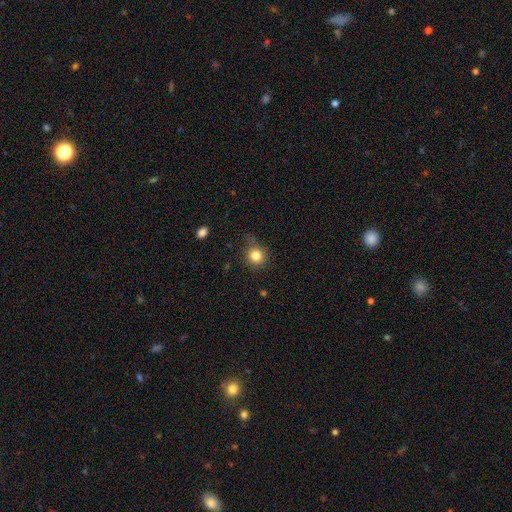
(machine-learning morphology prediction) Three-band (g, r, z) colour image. It shows a smooth galaxy with no disk features (83%) that is round (89%). Merging: none (72%).